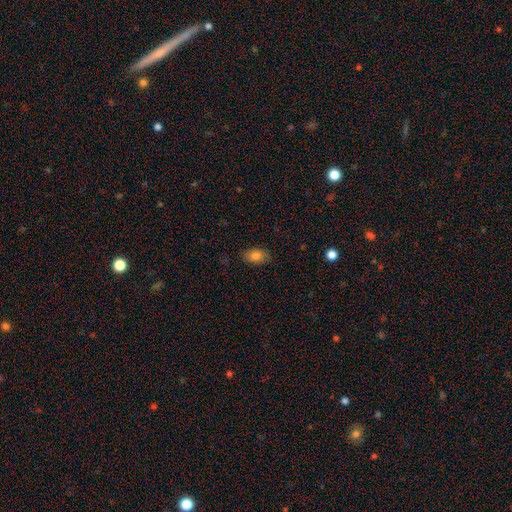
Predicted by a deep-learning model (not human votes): Smooth or featured? Predicted: smooth (p=0.82). How rounded? Predicted: in between (p=0.89). Merging? Predicted: none (p=0.83).